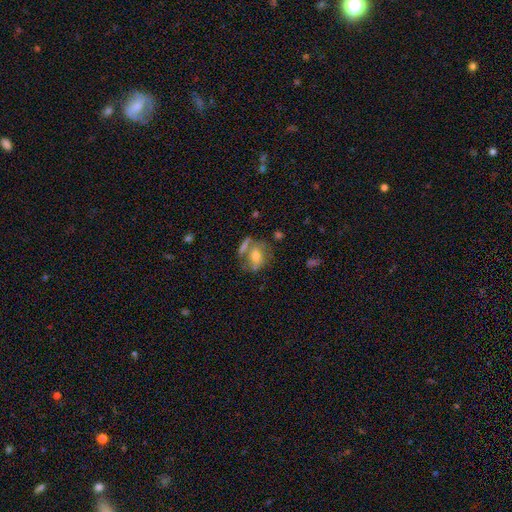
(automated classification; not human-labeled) smooth 48%, featured or disk 41%, star or artifact 10%. Down the decision tree: merging — none (46%).